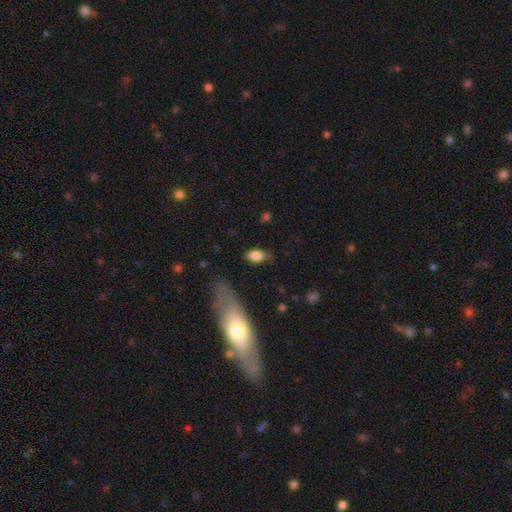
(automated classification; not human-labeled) Morphology: type=smooth (81%); roundness=in between (90%); merging=none (73%).